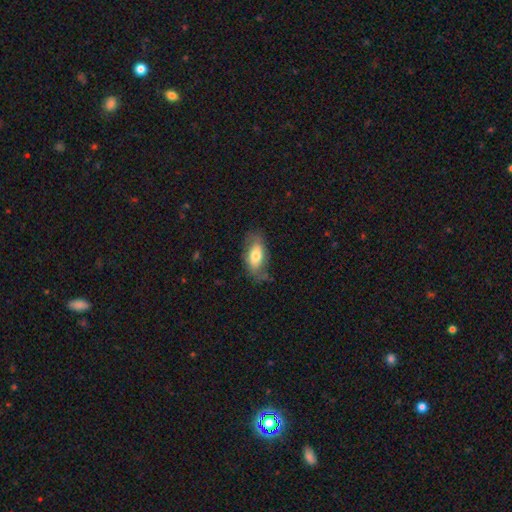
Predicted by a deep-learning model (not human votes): Smooth or featured? smooth (65%)
How rounded? in between (89%)
Merging? none (66%)